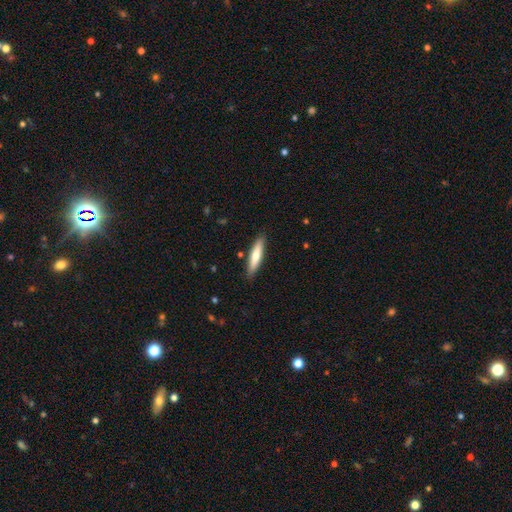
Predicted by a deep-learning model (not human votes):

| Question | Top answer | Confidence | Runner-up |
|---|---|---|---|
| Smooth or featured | smooth | 69% | featured or disk (26%) |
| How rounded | cigar-shaped | 84% | in between (15%) |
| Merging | none | 88% | minor disturbance (9%) |